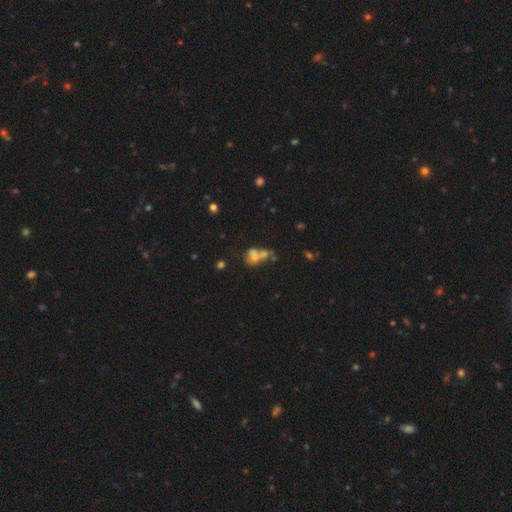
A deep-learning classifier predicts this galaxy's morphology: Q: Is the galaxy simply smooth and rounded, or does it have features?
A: smooth — 61%.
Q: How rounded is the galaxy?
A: in between — 57%.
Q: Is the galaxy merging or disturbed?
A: merger — 57%.